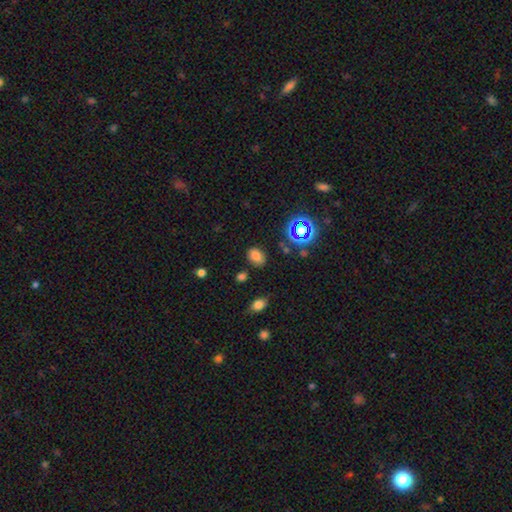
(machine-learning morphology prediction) Smooth or featured?
  - smooth: 74% *
  - star or artifact: 19%
  - featured or disk: 7%
How rounded?
  - in between: 78% *
  - round: 21%
  - cigar-shaped: 1%
Merging?
  - none: 80% *
  - minor disturbance: 13%
  - major disturbance: 4%
  - merger: 4%